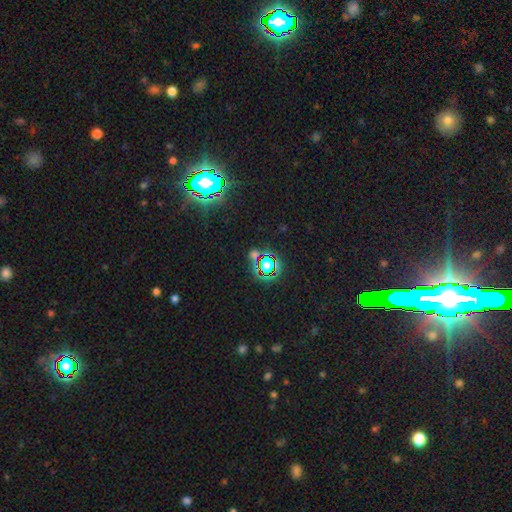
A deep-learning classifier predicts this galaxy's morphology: Smooth or featured: star or artifact — 74% (smooth — 17%)